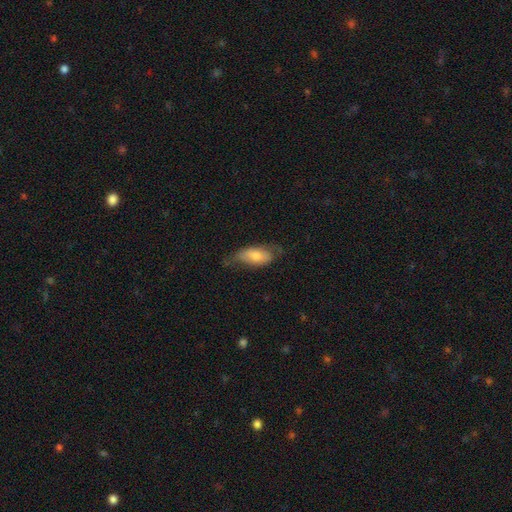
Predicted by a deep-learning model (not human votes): The model was most divided on "merging": none: 53%, minor disturbance: 32%, major disturbance: 13%, merger: 2%. More confident: how rounded — in between (84%); smooth or featured — smooth (62%).